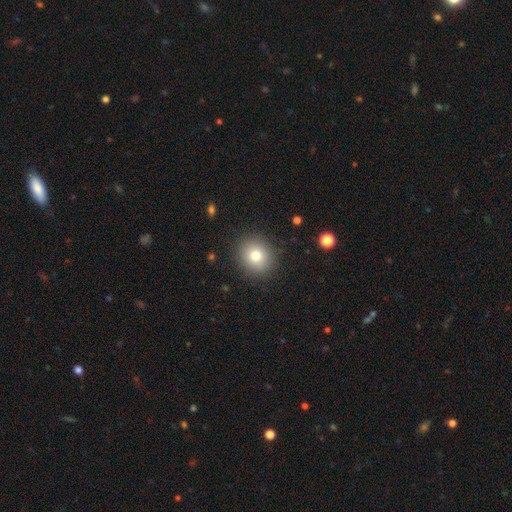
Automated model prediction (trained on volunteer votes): The model was most divided on "smooth or featured": smooth: 77%, star or artifact: 12%, featured or disk: 11%. More confident: merging — none (89%); how rounded — round (85%).